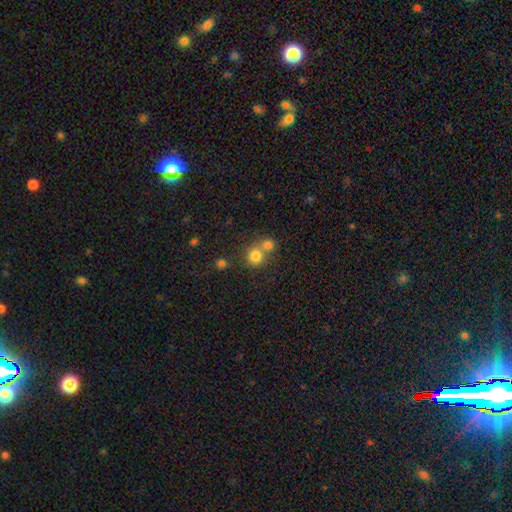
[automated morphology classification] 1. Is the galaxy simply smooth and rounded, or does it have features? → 79% smooth, 13% star or artifact, 8% featured or disk.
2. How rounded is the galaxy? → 87% round, 12% in between, 1% cigar-shaped.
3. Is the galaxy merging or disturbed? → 46% none (tied), 46% merger (tied), 6% minor disturbance, 3% major disturbance.